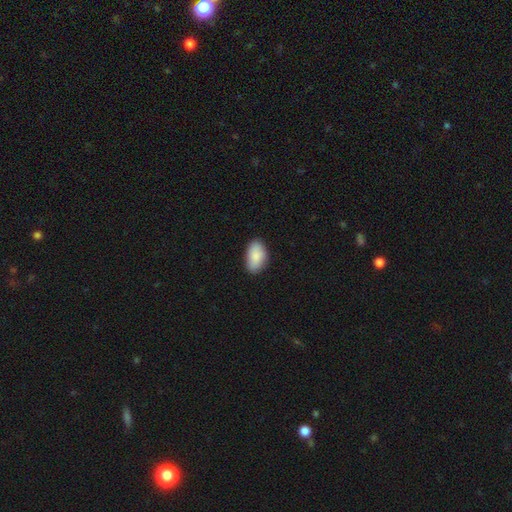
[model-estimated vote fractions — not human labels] Morphology: type=smooth (87%); roundness=in between (94%); merging=none (85%).